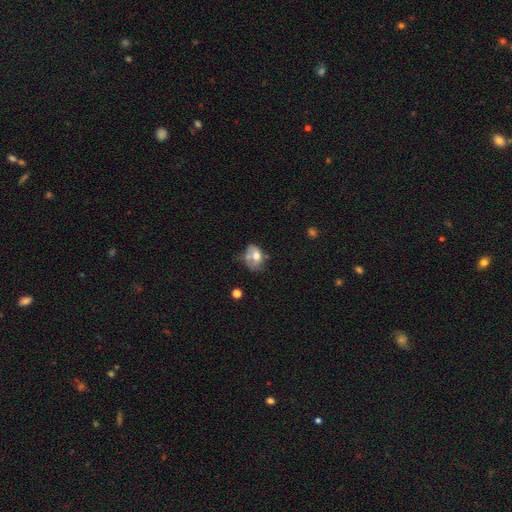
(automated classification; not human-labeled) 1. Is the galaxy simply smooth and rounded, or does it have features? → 61% smooth, 30% featured or disk, 9% star or artifact.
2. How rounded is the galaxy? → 71% in between, 28% round, 1% cigar-shaped.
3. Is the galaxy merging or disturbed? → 28% none, 27% minor disturbance, 24% merger, 21% major disturbance.